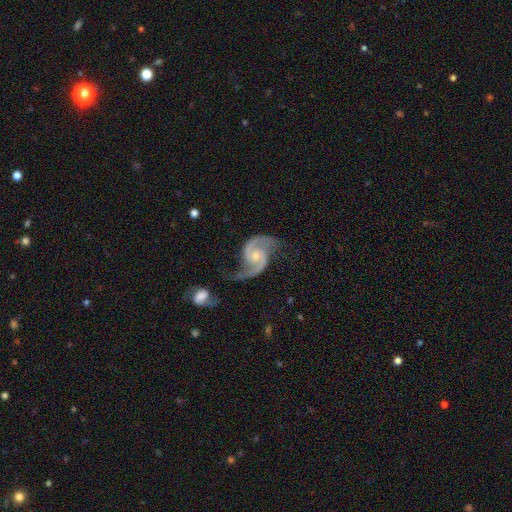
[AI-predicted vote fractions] The model was most divided on "bulge size": small: 50%, moderate: 44%, none: 3%, large: 2%, dominant: 1%. More confident: spiral arms — yes (98%); edge-on disk — no (98%); spiral arm count — 2 (94%); smooth or featured — featured or disk (94%); merging — none (65%); bar — no (61%); spiral winding — medium (57%).